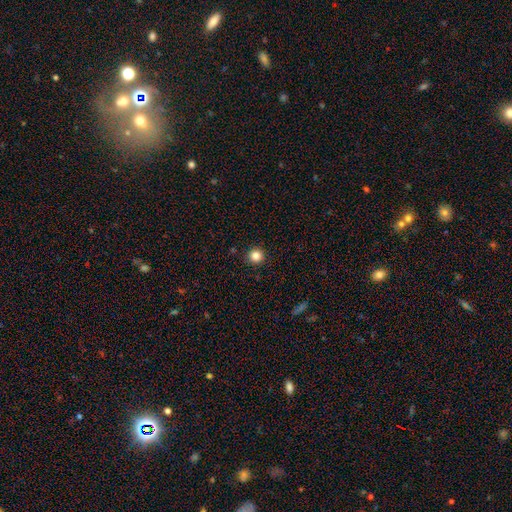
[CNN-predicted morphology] Q: Smooth or featured?
A: smooth (84%); runner-up: star or artifact (11%)
Q: How rounded?
A: round (94%); runner-up: in between (5%)
Q: Merging?
A: none (92%); runner-up: minor disturbance (6%)